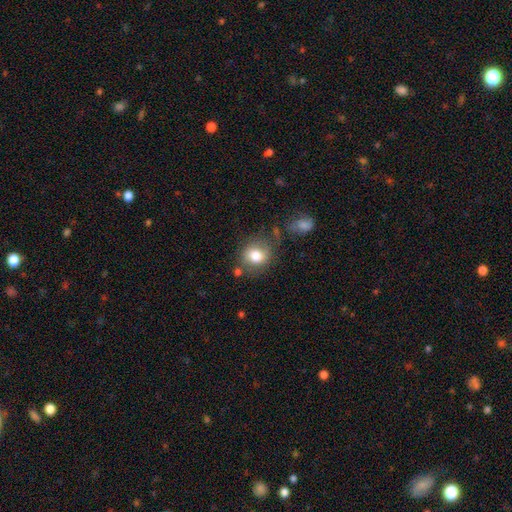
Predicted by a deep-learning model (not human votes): Overall: smooth (78%). How rounded: round (70%). Merging: none (67%).